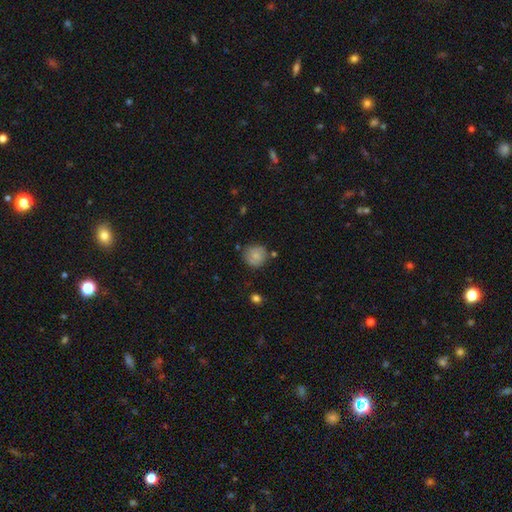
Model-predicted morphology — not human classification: Q: Smooth or featured?
A: smooth (81%); runner-up: featured or disk (10%)
Q: How rounded?
A: round (91%); runner-up: in between (8%)
Q: Merging?
A: none (78%); runner-up: minor disturbance (15%)